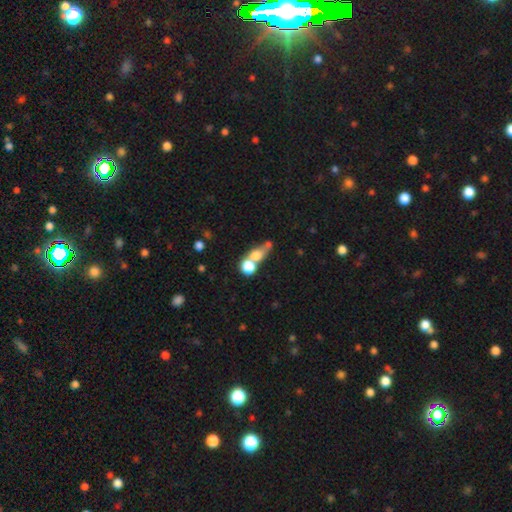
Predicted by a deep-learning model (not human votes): Q: Smooth or featured?
A: smooth (65%); runner-up: featured or disk (19%)
Q: How rounded?
A: round (53%); runner-up: in between (36%)
Q: Merging?
A: merger (47%); runner-up: none (36%)